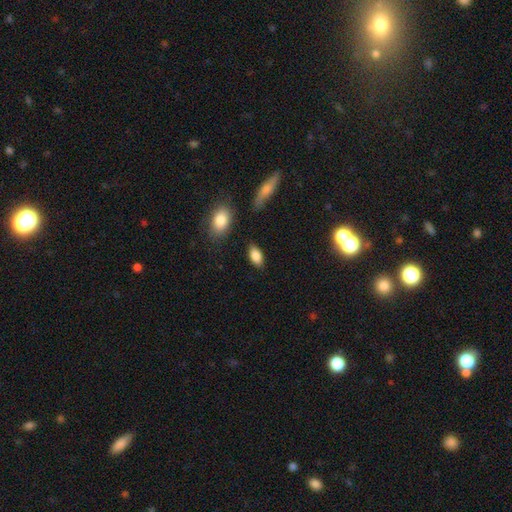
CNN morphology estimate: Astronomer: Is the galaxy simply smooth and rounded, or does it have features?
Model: smooth — 86%.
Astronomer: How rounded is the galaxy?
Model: in between — 91%.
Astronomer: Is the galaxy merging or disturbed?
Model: none — 85%.